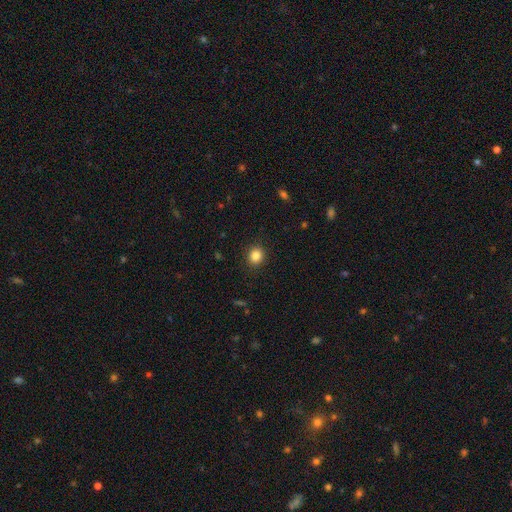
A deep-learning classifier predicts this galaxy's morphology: This is clearly a smooth galaxy (85%). How rounded: likely round (79%). Merging: clearly none (91%).